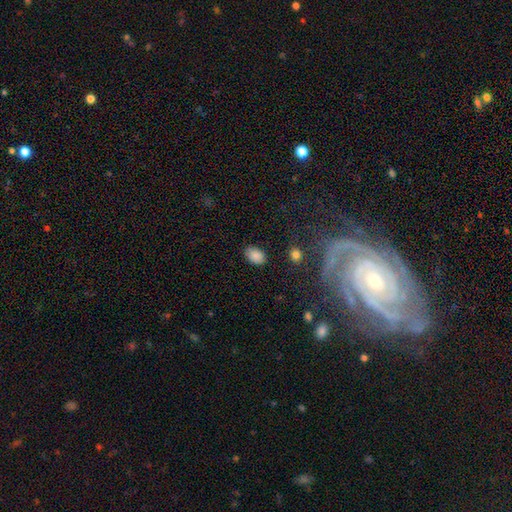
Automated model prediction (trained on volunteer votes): This appears to be a smooth galaxy with no disk features (88%) that is in between round and cigar-shaped (85%). Merging: none (84%).